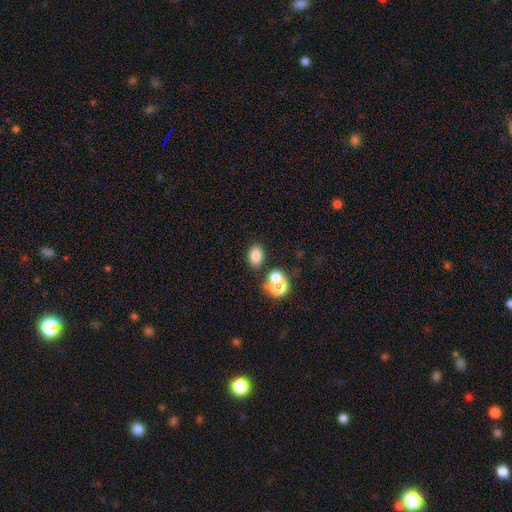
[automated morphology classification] A smooth galaxy with no disk features (80%) that is in between round and cigar-shaped (71%).

Vote fractions:
- Smooth or featured? smooth: 80% / star or artifact: 12% / featured or disk: 8%
- How rounded? in between: 71% / round: 28% / cigar-shaped: 1%
- Merging? none: 70% / merger: 18% / minor disturbance: 9% / major disturbance: 3%